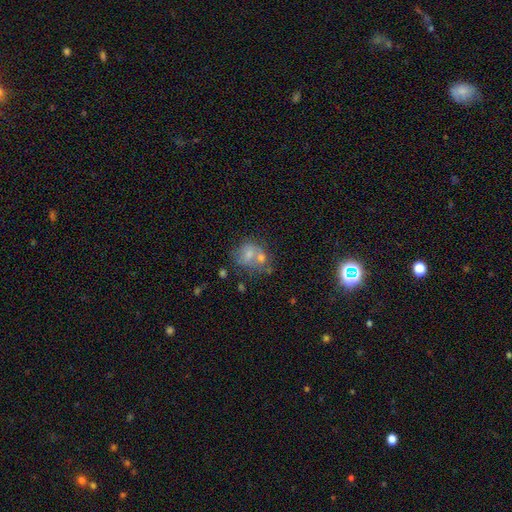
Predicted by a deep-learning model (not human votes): smooth-or-featured: smooth: 42% | featured or disk: 33% | star or artifact: 26%
  merging: none: 39% | merger: 37% | minor disturbance: 14% | major disturbance: 10%